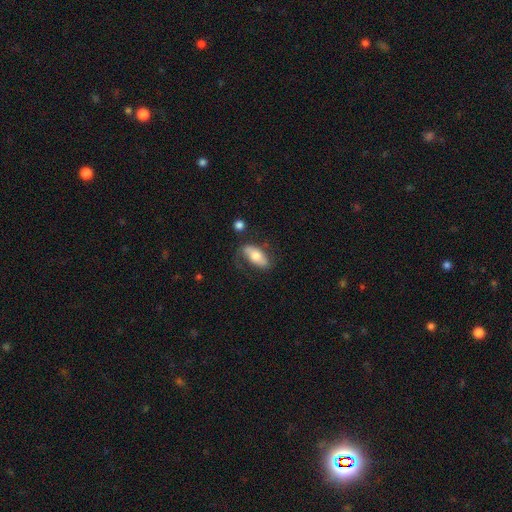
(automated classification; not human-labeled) A smooth galaxy with no disk features (58%) that is in between round and cigar-shaped (81%).

Vote fractions:
- Smooth or featured? smooth: 58% / featured or disk: 36% / star or artifact: 7%
- How rounded? in between: 81% / cigar-shaped: 16% / round: 3%
- Merging? none: 59% / minor disturbance: 23% / major disturbance: 14% / merger: 4%